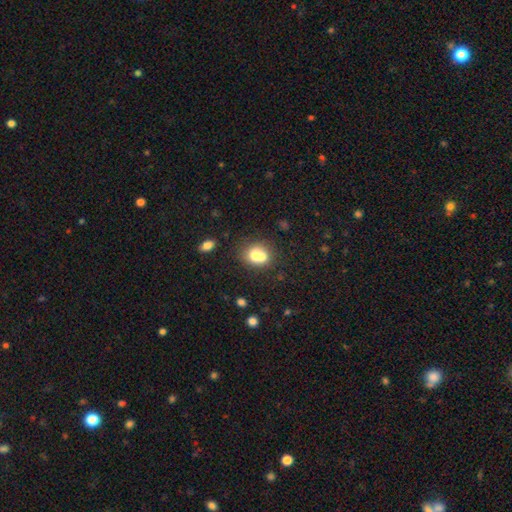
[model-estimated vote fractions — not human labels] smooth 69%, featured or disk 20%, star or artifact 11%. Down the decision tree: how rounded — round (63%); merging — merger (55%).